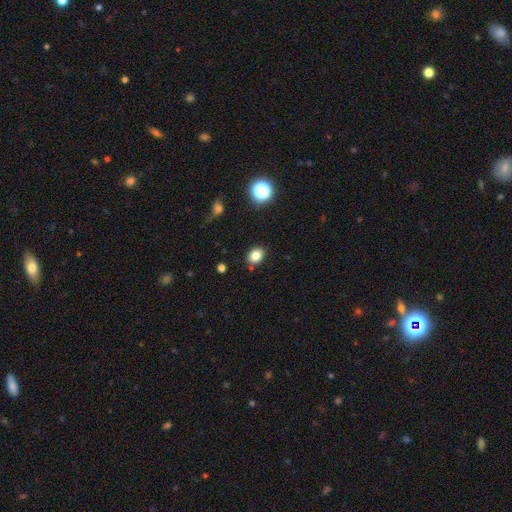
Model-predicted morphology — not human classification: Overall: smooth (82%). How rounded: in between (65%; round 34%). Merging: none (86%).